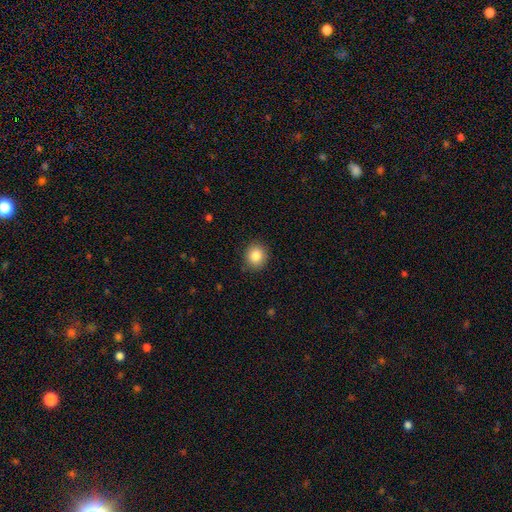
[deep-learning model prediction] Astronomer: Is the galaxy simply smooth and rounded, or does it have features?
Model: smooth — 86%.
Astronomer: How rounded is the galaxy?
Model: round — 84%.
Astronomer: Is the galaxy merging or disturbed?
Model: none — 89%.